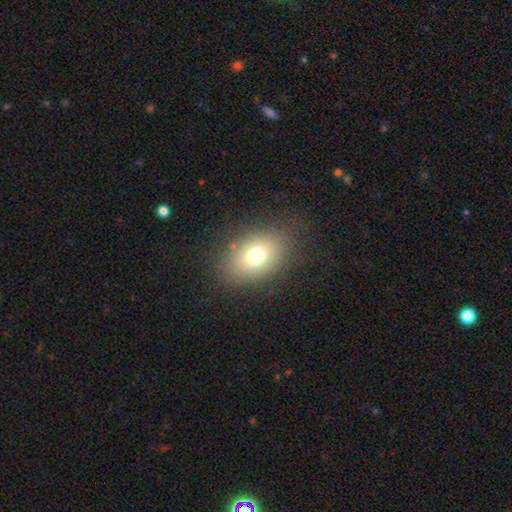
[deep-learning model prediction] smooth 73%, featured or disk 14%, star or artifact 14%. Down the decision tree: how rounded — in between (72%); merging — none (82%).